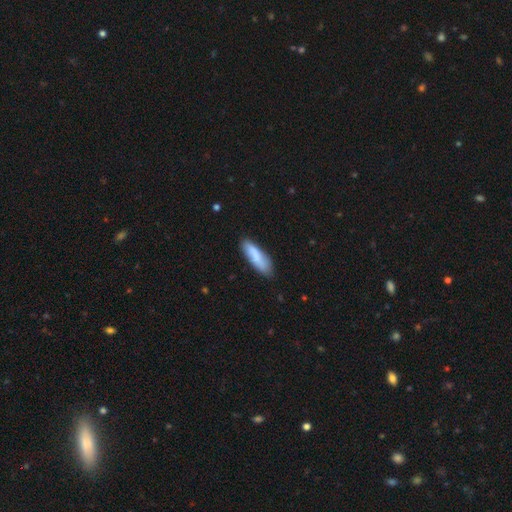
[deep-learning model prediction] Morphology: type=smooth (82%); roundness=cigar-shaped (51%); merging=none (80%).